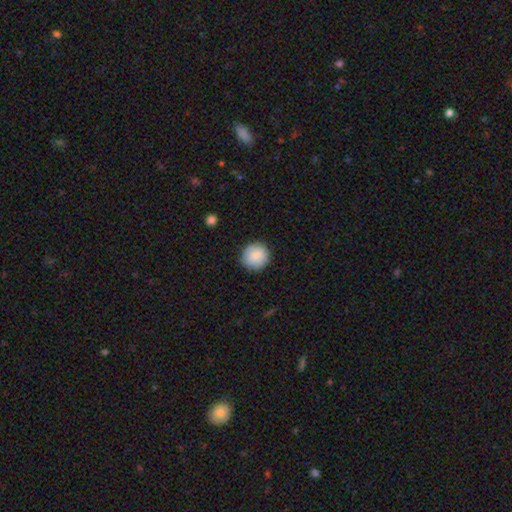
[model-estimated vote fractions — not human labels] This is clearly a smooth galaxy (86%). How rounded: clearly round (93%). Merging: clearly none (88%).